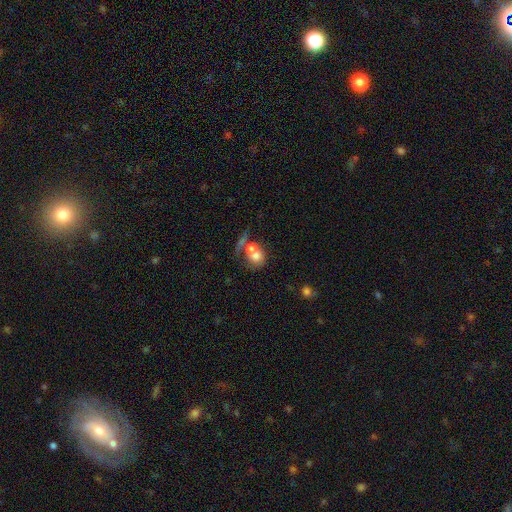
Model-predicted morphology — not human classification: Smooth or featured: smooth — 65% (featured or disk — 26%)
How rounded: round — 60% (in between — 38%)
Merging: merger — 62% (none — 22%)